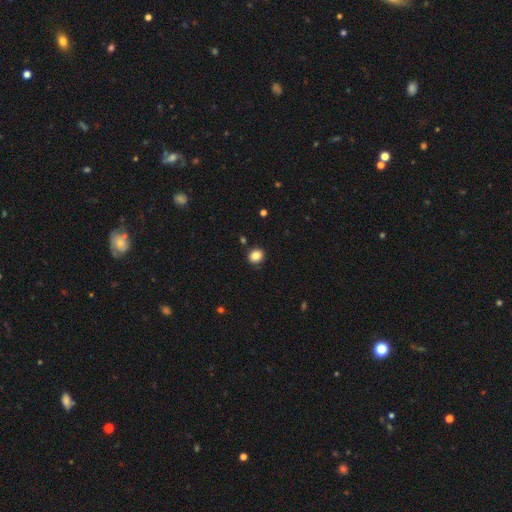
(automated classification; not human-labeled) Smooth or featured? Predicted: smooth (p=0.85). How rounded? Predicted: round (p=0.76). Merging? Predicted: none (p=0.90).